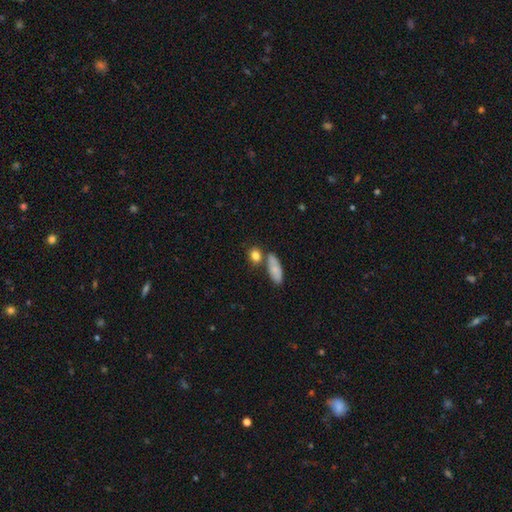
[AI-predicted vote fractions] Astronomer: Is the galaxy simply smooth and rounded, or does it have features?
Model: smooth — 83%.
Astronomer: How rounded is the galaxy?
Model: round — 58% (runner-up: in between, 36%).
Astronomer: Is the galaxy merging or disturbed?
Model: none — 63%.